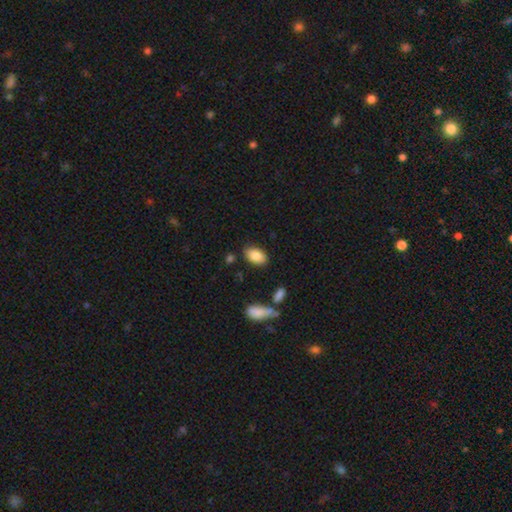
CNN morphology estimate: smooth_or_featured: smooth (p=0.86) [alt: star or artifact p=0.07]
how_rounded: in between (p=0.92) [alt: round p=0.06]
merging: none (p=0.82) [alt: minor disturbance p=0.12]